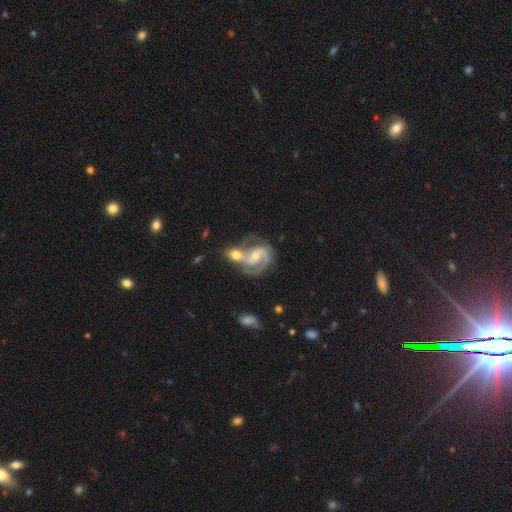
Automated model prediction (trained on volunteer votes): Overall: featured or disk (87%). Edge-on disk: no (98%). Bar: no (43%; weak 41%). Spiral arms: yes (97%). Spiral arm count: 2 (79%). Spiral winding: medium (55%; tight 32%). Bulge size: moderate (55%; small 40%). Merging: merger (54%; none 27%).